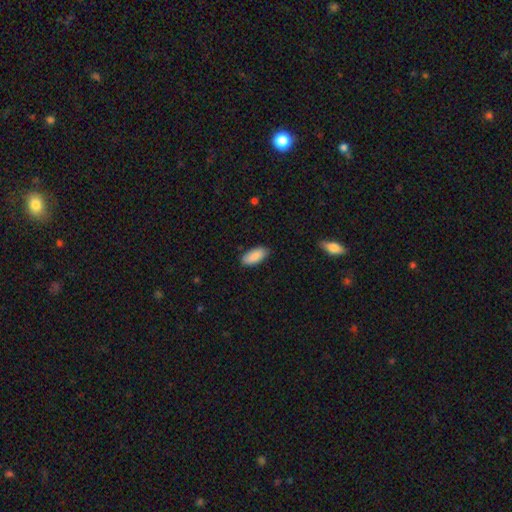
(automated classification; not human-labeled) Overall: smooth (90%). How rounded: in between (90%). Merging: none (87%).